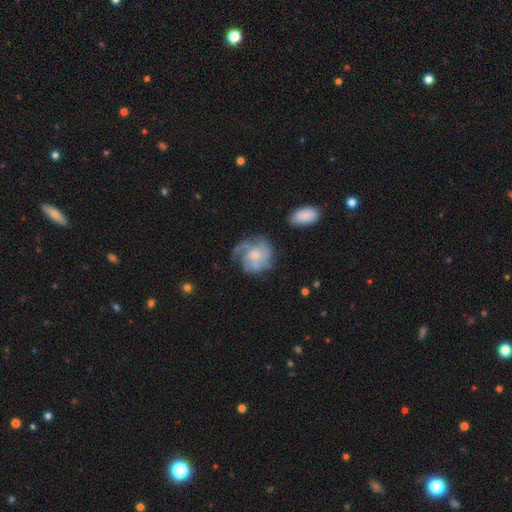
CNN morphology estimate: This is likely a featured or disk galaxy (71%). It is clearly not viewed edge-on (98%). Bar: likely no (74%). Spiral arm pattern: clearly yes (88%). Spiral arm count: marginally can't tell (33%). Spiral winding: marginally tight (41%). Central bulge: marginally moderate (39%). Merging: possibly none (53%).